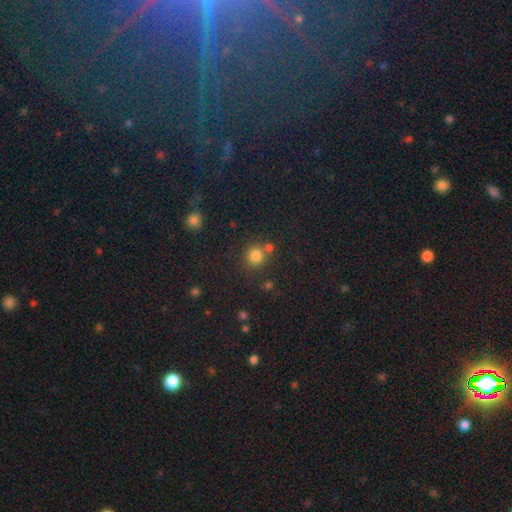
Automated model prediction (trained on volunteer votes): A smooth galaxy with no disk features (79%) that is round (88%). Merging: none (66%).